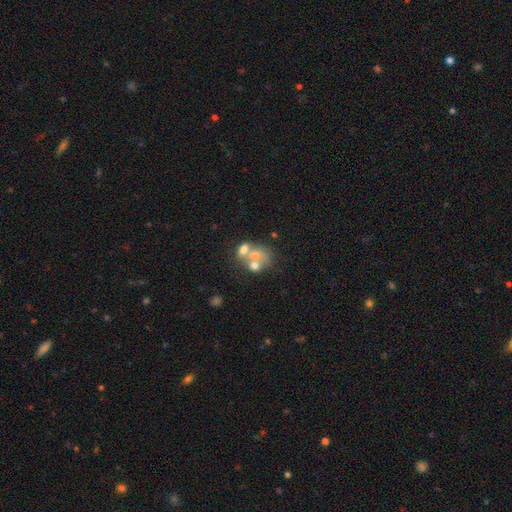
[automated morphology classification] A smooth galaxy with no disk features (53%) that is in between round and cigar-shaped (53%).

Vote fractions:
- Smooth or featured? smooth: 53% / featured or disk: 34% / star or artifact: 13%
- How rounded? in between: 53% / round: 45% / cigar-shaped: 1%
- Merging? merger: 62% / none: 21% / minor disturbance: 9% / major disturbance: 8%